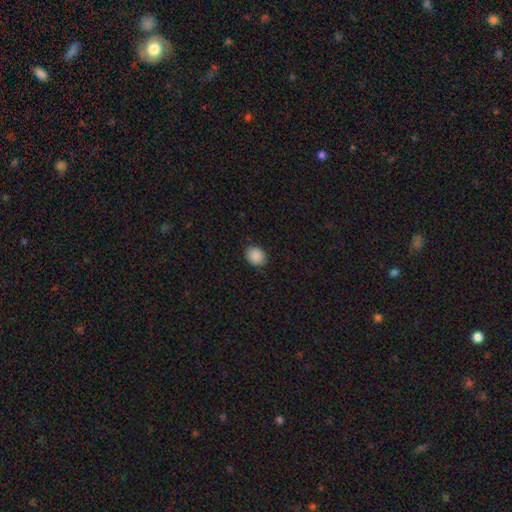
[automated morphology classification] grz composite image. It shows a smooth galaxy with no disk features (89%) that is round (53%). Merging: none (88%).